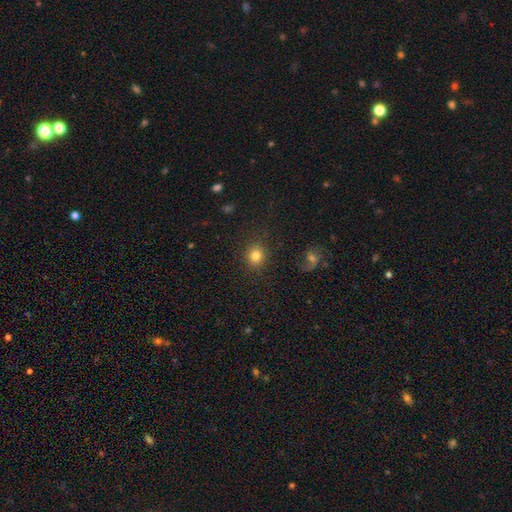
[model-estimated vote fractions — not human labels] Q: Smooth or featured?
A: smooth (81%); runner-up: star or artifact (12%)
Q: How rounded?
A: round (74%); runner-up: in between (25%)
Q: Merging?
A: none (87%); runner-up: minor disturbance (8%)